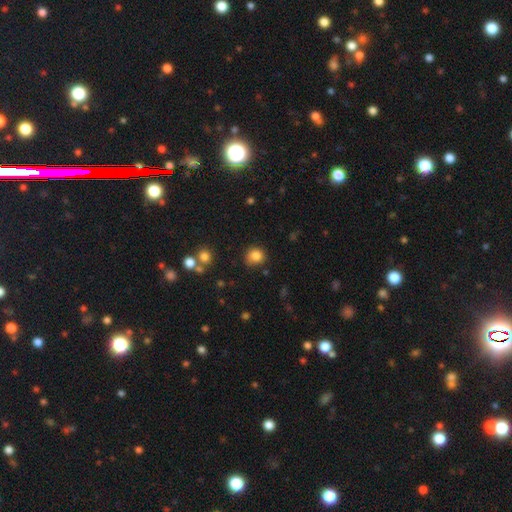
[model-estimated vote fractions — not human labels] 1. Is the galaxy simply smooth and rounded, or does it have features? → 83% smooth, 11% star or artifact, 6% featured or disk.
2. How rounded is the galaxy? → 84% round, 15% in between, 1% cigar-shaped.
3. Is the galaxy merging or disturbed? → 73% none, 19% minor disturbance, 5% major disturbance, 4% merger.